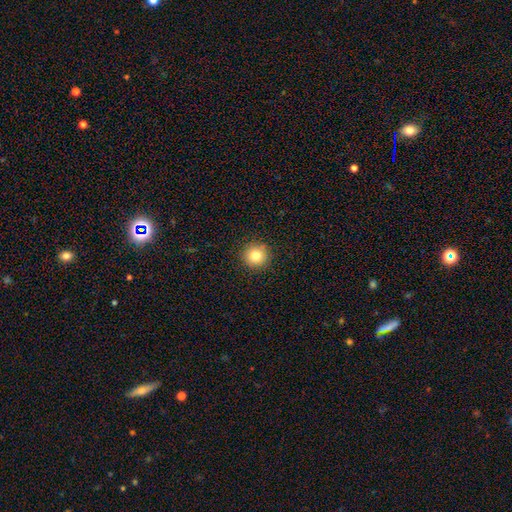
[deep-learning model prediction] Smooth or featured?
  - smooth: 81% *
  - star or artifact: 11%
  - featured or disk: 8%
How rounded?
  - round: 95% *
  - in between: 4%
  - cigar-shaped: 1%
Merging?
  - none: 91% *
  - minor disturbance: 6%
  - major disturbance: 2%
  - merger: 1%